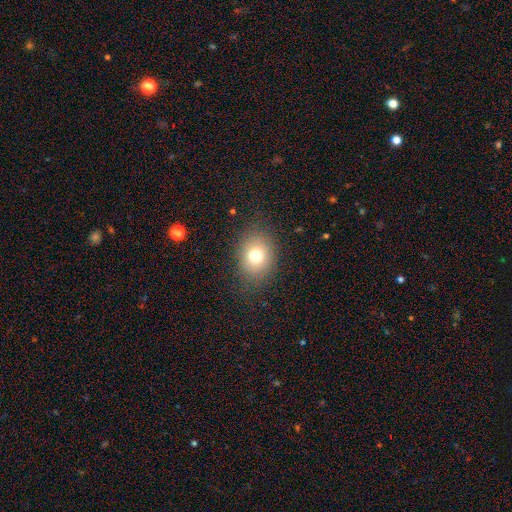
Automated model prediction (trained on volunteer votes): Smooth or featured? smooth (74%)
How rounded? in between (54%)
Merging? none (82%)